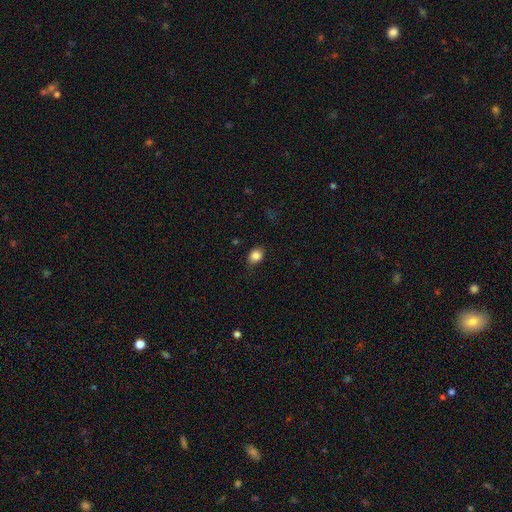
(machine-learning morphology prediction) This appears to be a smooth galaxy with no disk features (85%) that is round (54%). Merging: none (71%).